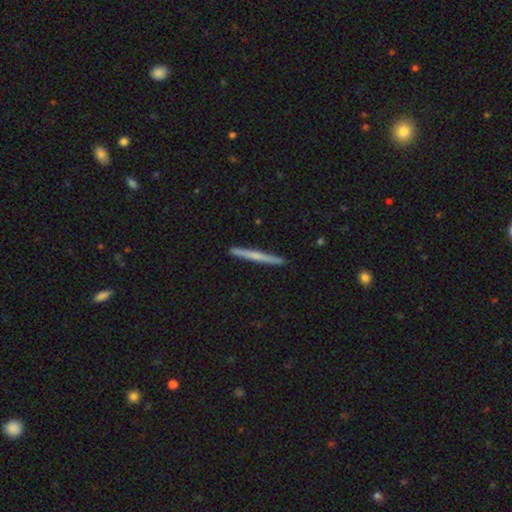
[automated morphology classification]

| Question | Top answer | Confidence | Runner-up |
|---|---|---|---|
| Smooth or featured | smooth | 48% | featured or disk (46%) |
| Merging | none | 92% | minor disturbance (6%) |